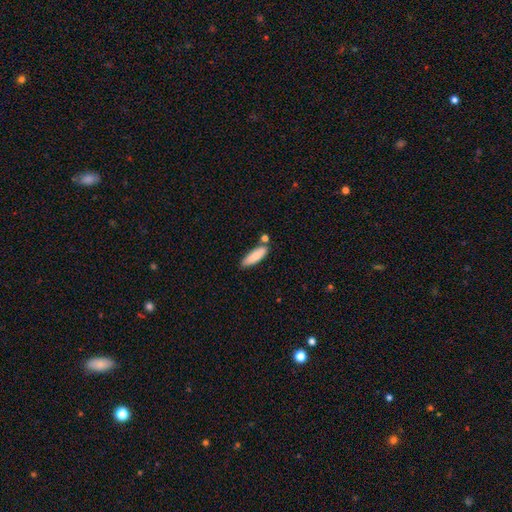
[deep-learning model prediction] This is clearly a smooth galaxy (83%). How rounded: possibly cigar-shaped (51%). Merging: likely none (72%).